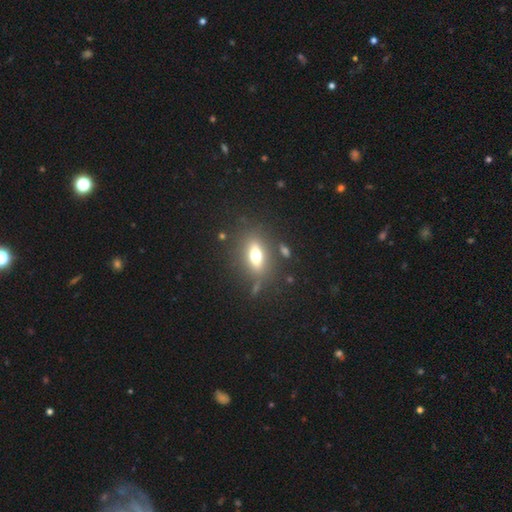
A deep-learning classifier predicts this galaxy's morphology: Overall: smooth (57%; featured or disk 32%). How rounded: in between (69%). Merging: none (78%).